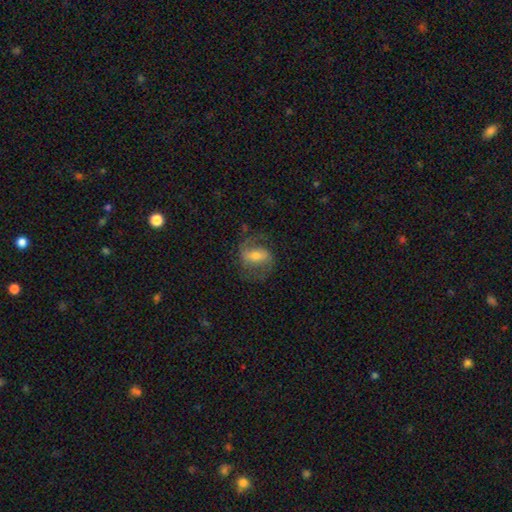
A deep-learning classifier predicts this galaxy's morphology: Q: Smooth or featured?
A: featured or disk (68%); runner-up: smooth (24%)
Q: Edge-on disk?
A: no (95%); runner-up: yes (5%)
Q: Bar?
A: strong (44%); runner-up: weak (39%)
Q: Spiral arms?
A: yes (87%); runner-up: no (13%)
Q: Spiral winding?
A: medium (51%); runner-up: loose (31%)
Q: Spiral arm count?
A: 2 (87%); runner-up: can't tell (6%)
Q: Bulge size?
A: moderate (53%); runner-up: small (31%)
Q: Merging?
A: none (69%); runner-up: minor disturbance (17%)